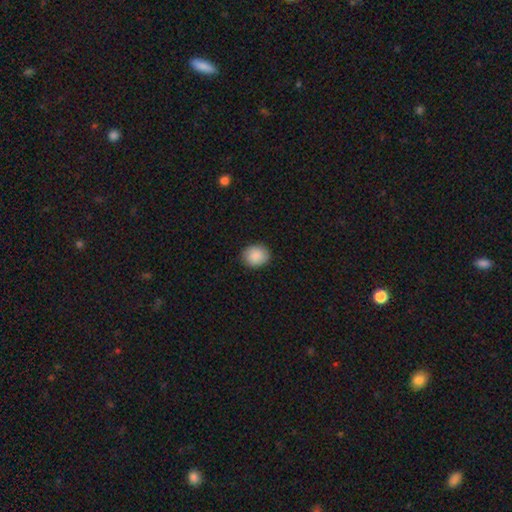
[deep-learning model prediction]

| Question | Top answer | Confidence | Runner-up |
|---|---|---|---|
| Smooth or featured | smooth | 89% | star or artifact (7%) |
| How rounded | round | 64% | in between (35%) |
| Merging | none | 89% | minor disturbance (8%) |